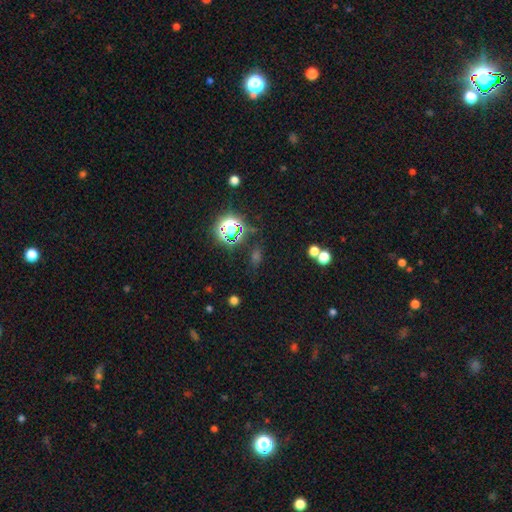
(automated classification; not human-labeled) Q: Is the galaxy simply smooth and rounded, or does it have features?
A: star or artifact — 61%.